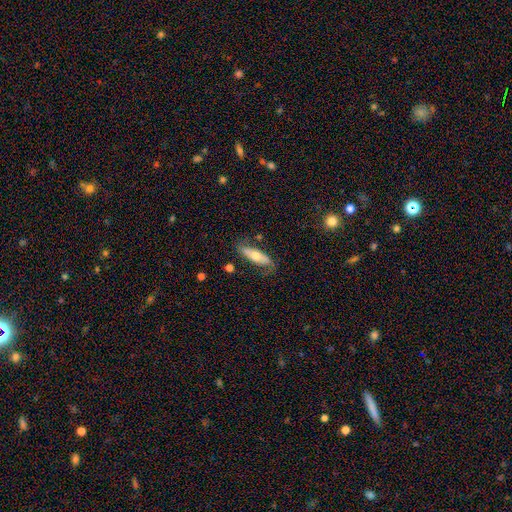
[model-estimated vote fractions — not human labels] smooth_or_featured: smooth (p=0.48) [alt: featured or disk p=0.45]
merging: none (p=0.67) [alt: minor disturbance p=0.22]